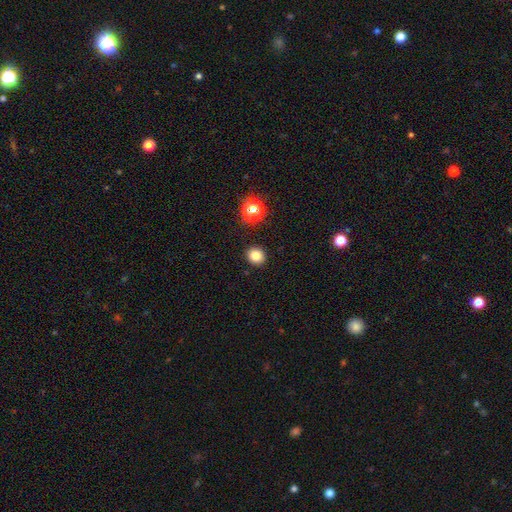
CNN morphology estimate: Smooth or featured?
  - smooth: 82% *
  - star or artifact: 14%
  - featured or disk: 5%
How rounded?
  - round: 77% *
  - in between: 22%
  - cigar-shaped: 1%
Merging?
  - none: 90% *
  - minor disturbance: 6%
  - major disturbance: 2%
  - merger: 2%